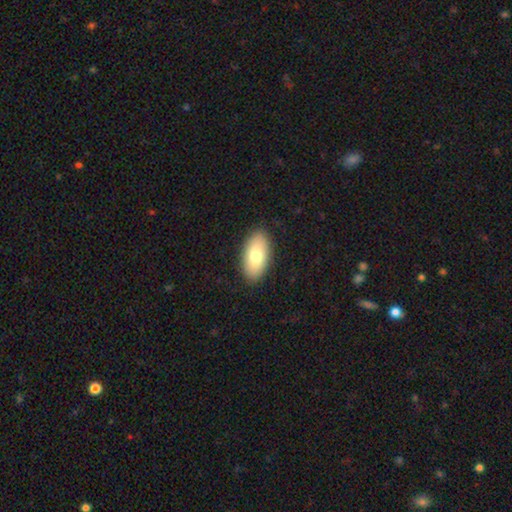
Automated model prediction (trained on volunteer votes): smooth 77%, featured or disk 17%, star or artifact 6%. Down the decision tree: how rounded — in between (94%); merging — none (89%).